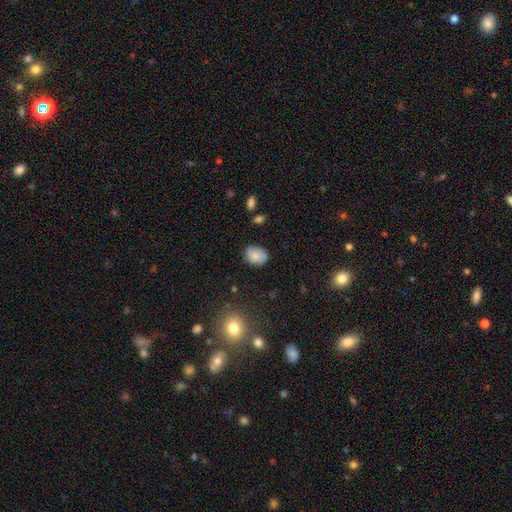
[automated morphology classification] smooth_or_featured: smooth (p=0.79) [alt: featured or disk p=0.13]
how_rounded: in between (p=0.65) [alt: round p=0.34]
merging: none (p=0.77) [alt: minor disturbance p=0.18]